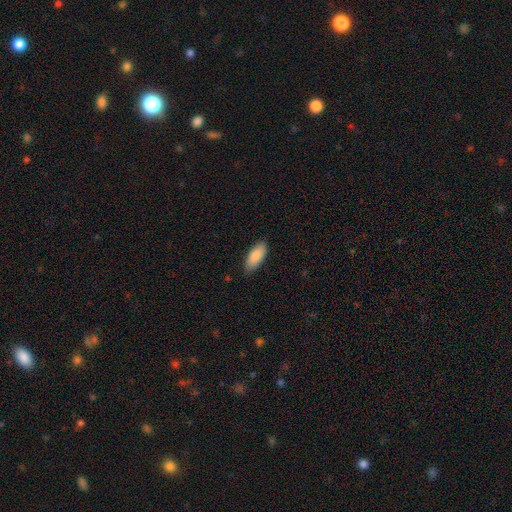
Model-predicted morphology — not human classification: type=smooth (86%); roundness=in between (82%); merging=none (84%).